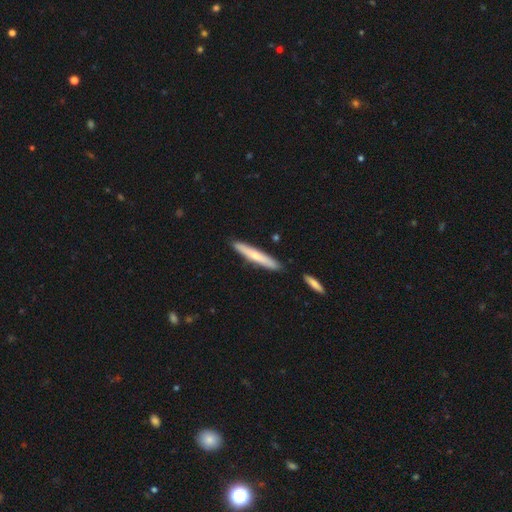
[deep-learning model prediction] The model was most divided on "smooth or featured": smooth: 57%, featured or disk: 38%, star or artifact: 5%. More confident: how rounded — cigar-shaped (93%); merging — none (87%).